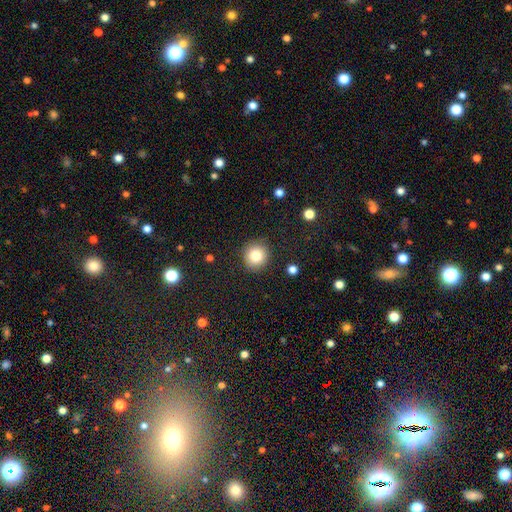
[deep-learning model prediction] Overall: smooth (82%). How rounded: round (91%). Merging: none (90%).